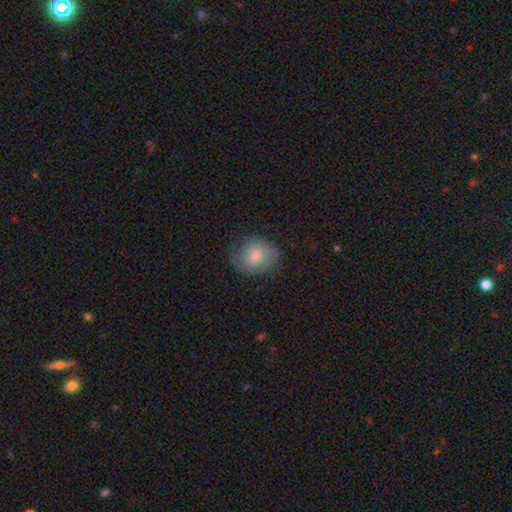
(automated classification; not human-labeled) Smooth or featured: smooth — 58% (featured or disk — 35%)
How rounded: round — 73% (in between — 26%)
Merging: none — 64% (minor disturbance — 24%)